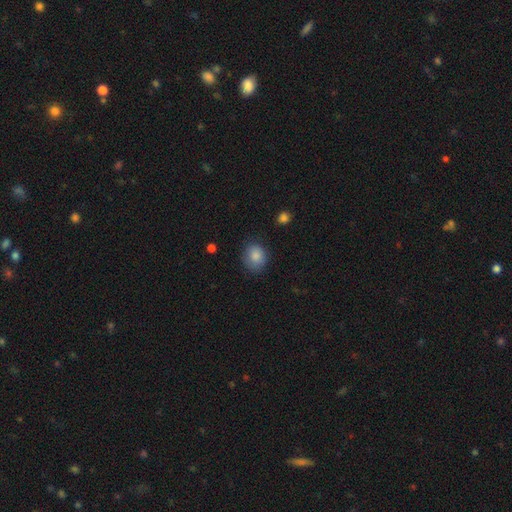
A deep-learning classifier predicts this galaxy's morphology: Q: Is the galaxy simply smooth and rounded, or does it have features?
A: smooth — 86%.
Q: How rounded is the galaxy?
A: round — 68%.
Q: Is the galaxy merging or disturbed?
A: none — 76%.